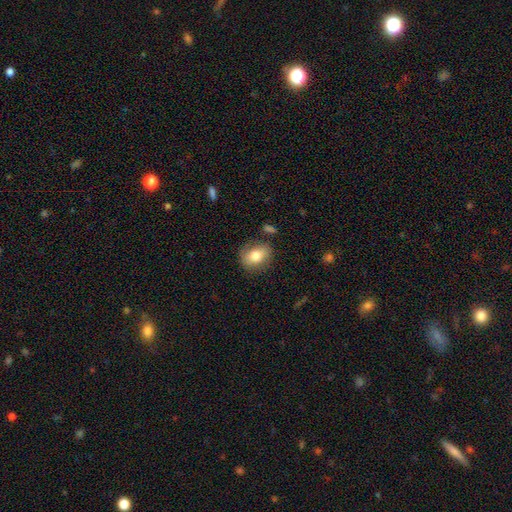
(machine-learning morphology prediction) Q: Smooth or featured?
A: smooth (75%); runner-up: featured or disk (17%)
Q: How rounded?
A: in between (66%); runner-up: round (32%)
Q: Merging?
A: none (76%); runner-up: minor disturbance (16%)